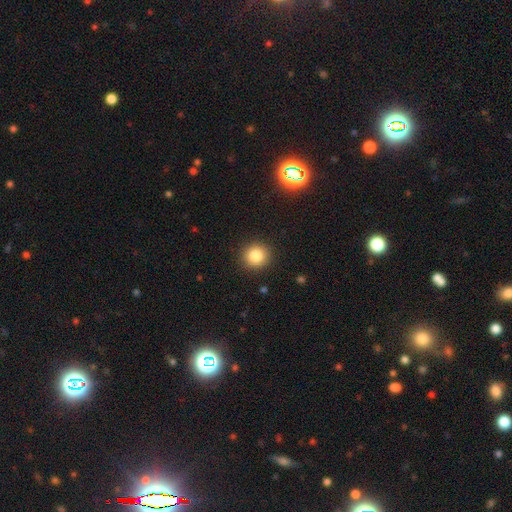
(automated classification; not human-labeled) smooth_or_featured: smooth (p=0.84) [alt: star or artifact p=0.11]
how_rounded: round (p=0.90) [alt: in between p=0.09]
merging: none (p=0.90) [alt: minor disturbance p=0.06]